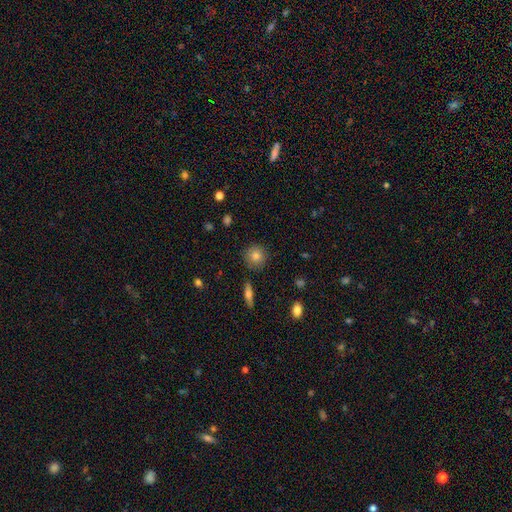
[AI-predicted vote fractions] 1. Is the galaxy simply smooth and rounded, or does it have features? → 79% smooth, 11% featured or disk, 10% star or artifact.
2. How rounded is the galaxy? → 92% round, 6% in between, 1% cigar-shaped.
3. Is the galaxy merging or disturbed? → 87% none, 9% minor disturbance, 2% major disturbance, 2% merger.